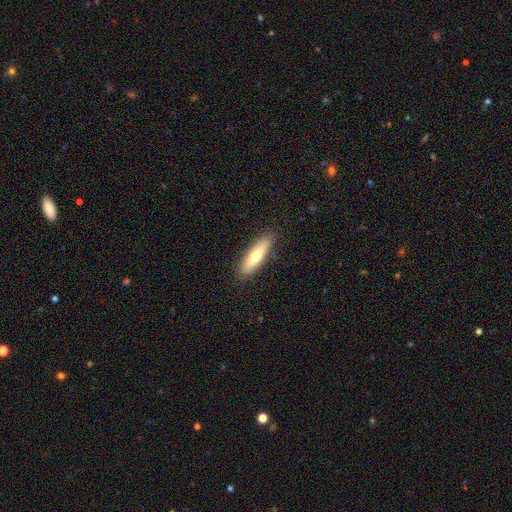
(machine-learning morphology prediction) Smooth or featured? Predicted: smooth (p=0.66). How rounded? Predicted: cigar-shaped (p=0.71). Merging? Predicted: none (p=0.89).